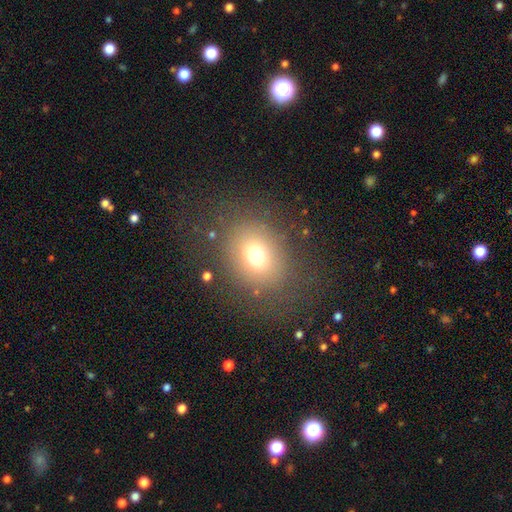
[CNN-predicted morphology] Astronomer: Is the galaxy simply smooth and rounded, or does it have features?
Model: smooth — 70%.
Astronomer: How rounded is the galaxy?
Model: round — 51% (runner-up: in between, 48%).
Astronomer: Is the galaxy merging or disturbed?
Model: none — 77%.